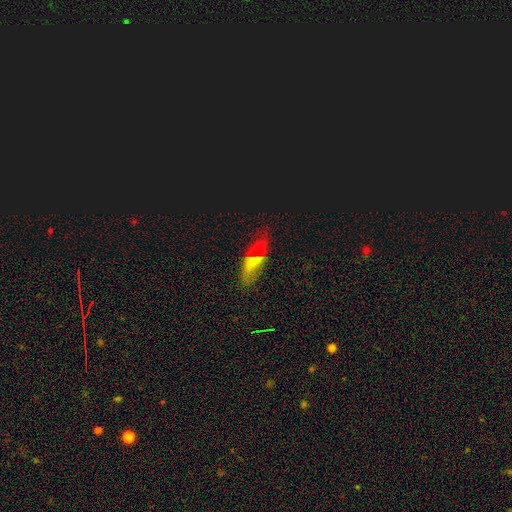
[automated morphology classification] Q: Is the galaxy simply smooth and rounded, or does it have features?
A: smooth — 50%.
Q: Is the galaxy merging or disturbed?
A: none — 75%.